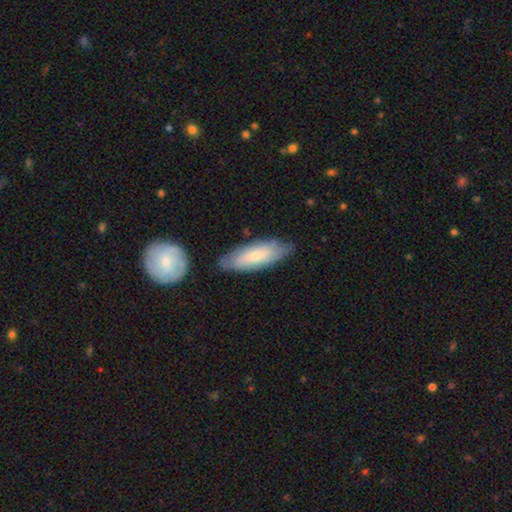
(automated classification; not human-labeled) This appears to be a smooth galaxy with no disk features (62%) that is in between round and cigar-shaped (65%). Merging: none (70%).